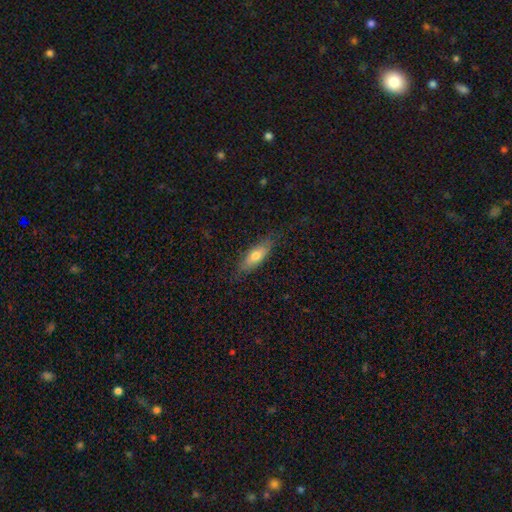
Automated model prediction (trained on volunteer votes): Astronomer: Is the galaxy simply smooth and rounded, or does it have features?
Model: smooth — 67%.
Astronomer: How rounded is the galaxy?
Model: in between — 59% (runner-up: cigar-shaped, 38%).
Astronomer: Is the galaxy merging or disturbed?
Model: none — 80%.